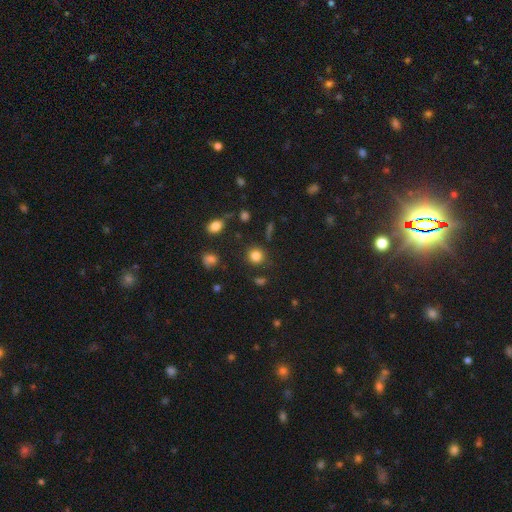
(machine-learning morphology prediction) This appears to be a smooth galaxy with no disk features (83%) that is round (90%). Merging: none (85%).